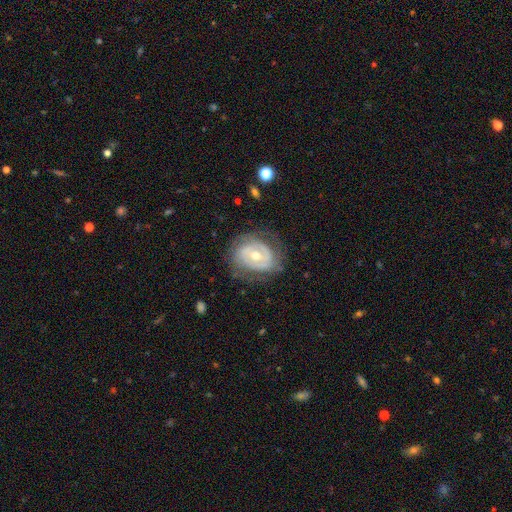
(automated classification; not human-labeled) Morphology: type=featured or disk (70%); edge-on=no (96%); bar=no (55%); spiral arms=yes (55%); bulge=moderate (62%); merging=none (69%).